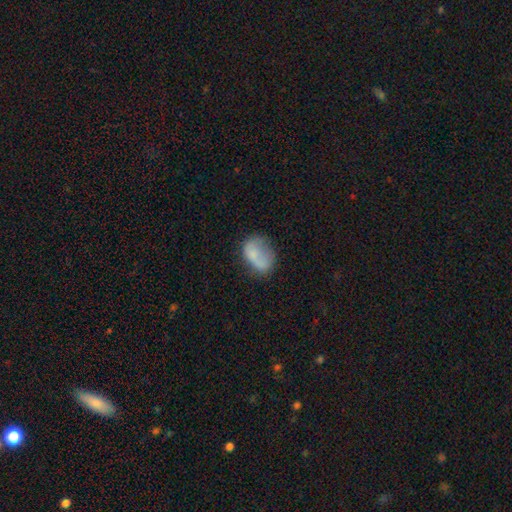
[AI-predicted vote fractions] smooth-or-featured: smooth: 68% | featured or disk: 23% | star or artifact: 9%
  how-rounded: in between: 78% | round: 21% | cigar-shaped: 2%
  merging: none: 38% | minor disturbance: 30% | major disturbance: 24% | merger: 8%